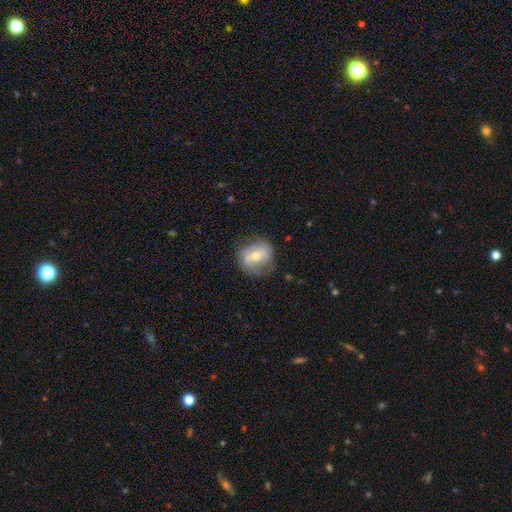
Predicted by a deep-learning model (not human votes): smooth 48%, featured or disk 44%, star or artifact 7%. Down the decision tree: merging — none (71%).